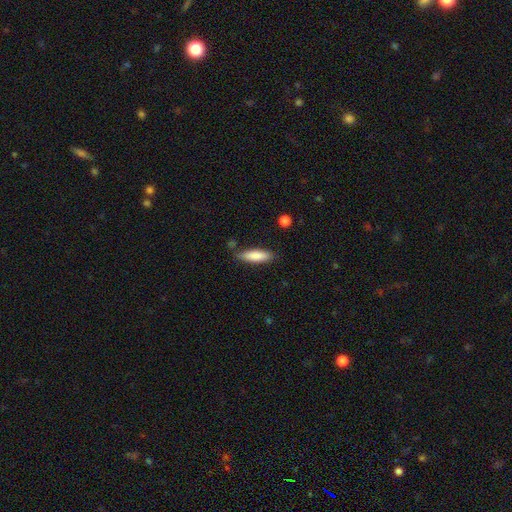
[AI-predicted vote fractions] Q: Smooth or featured?
A: smooth (83%); runner-up: featured or disk (11%)
Q: How rounded?
A: cigar-shaped (60%); runner-up: in between (39%)
Q: Merging?
A: none (81%); runner-up: minor disturbance (13%)